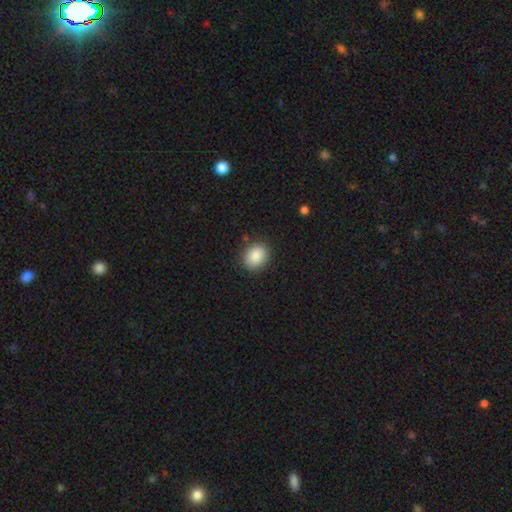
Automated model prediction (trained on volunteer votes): smooth_or_featured: smooth (p=0.88) [alt: star or artifact p=0.08]
how_rounded: round (p=0.55) [alt: in between p=0.44]
merging: none (p=0.86) [alt: minor disturbance p=0.10]